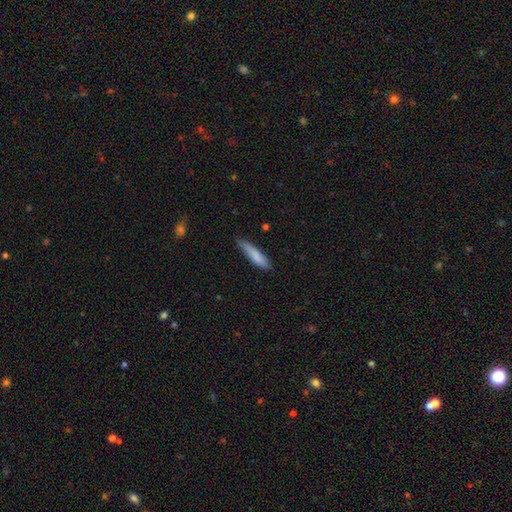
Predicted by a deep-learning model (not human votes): Morphology: type=smooth (81%); roundness=cigar-shaped (80%); merging=none (68%).